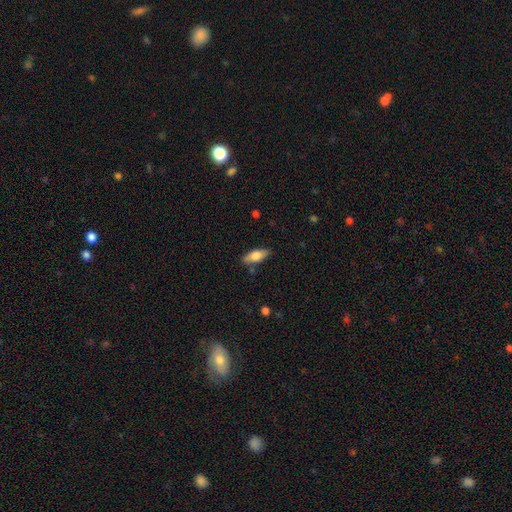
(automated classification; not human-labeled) Morphology: type=smooth (69%); roundness=in between (72%); merging=none (81%).